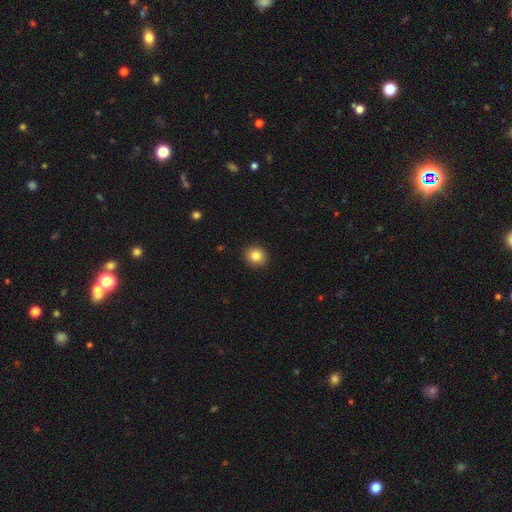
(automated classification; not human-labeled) Smooth or featured?
  - smooth: 83% *
  - star or artifact: 10%
  - featured or disk: 7%
How rounded?
  - round: 82% *
  - in between: 17%
  - cigar-shaped: 1%
Merging?
  - none: 92% *
  - minor disturbance: 6%
  - major disturbance: 2%
  - merger: 1%